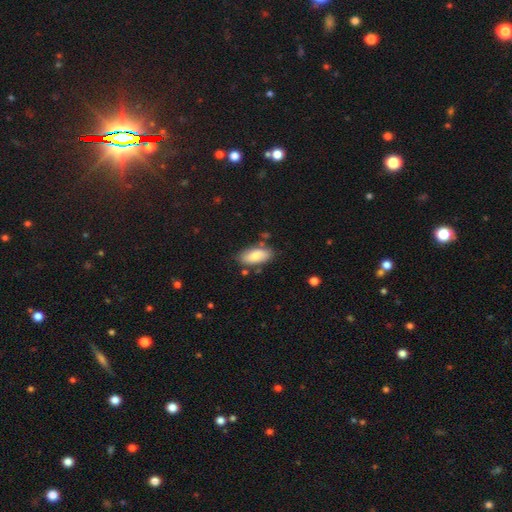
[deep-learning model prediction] Smooth or featured?
  - smooth: 81% *
  - featured or disk: 13%
  - star or artifact: 6%
How rounded?
  - in between: 90% *
  - cigar-shaped: 7%
  - round: 2%
Merging?
  - none: 79% *
  - minor disturbance: 14%
  - merger: 4%
  - major disturbance: 3%